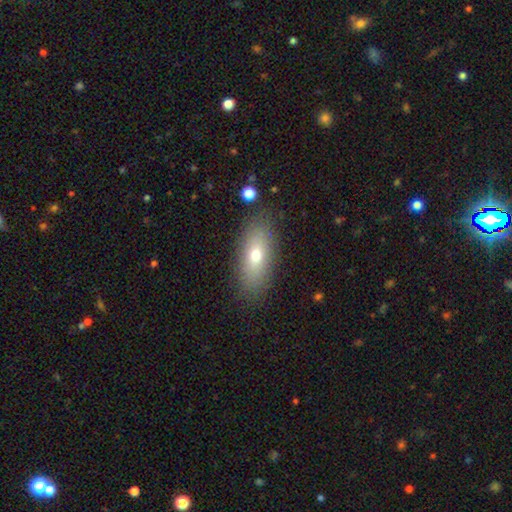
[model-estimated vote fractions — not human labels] A smooth galaxy with no disk features (68%) that is in between round and cigar-shaped (77%). Merging: none (86%).